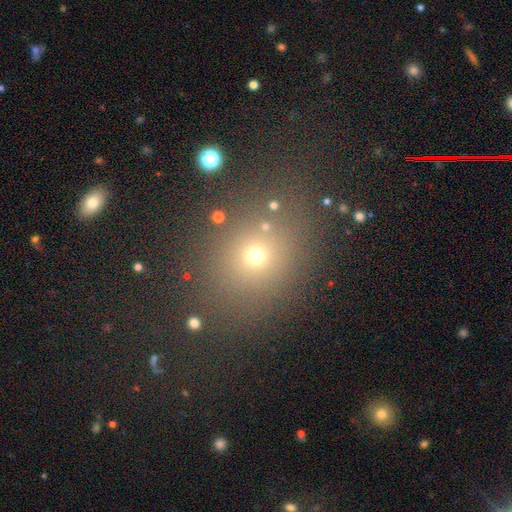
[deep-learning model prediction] A smooth galaxy with no disk features (62%) that is round (66%).

Vote fractions:
- Smooth or featured? smooth: 62% / star or artifact: 28% / featured or disk: 10%
- How rounded? round: 66% / in between: 33% / cigar-shaped: 1%
- Merging? none: 81% / minor disturbance: 10% / major disturbance: 5% / merger: 4%